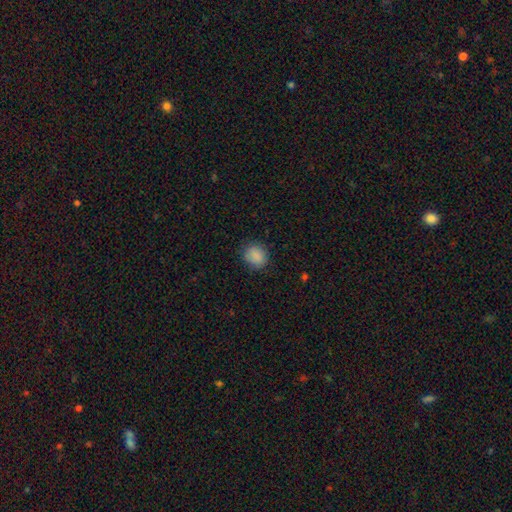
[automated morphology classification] A smooth galaxy with no disk features (88%) that is round (71%).

Vote fractions:
- Smooth or featured? smooth: 88% / star or artifact: 8% / featured or disk: 4%
- How rounded? round: 71% / in between: 28% / cigar-shaped: 1%
- Merging? none: 84% / minor disturbance: 12% / major disturbance: 3% / merger: 1%